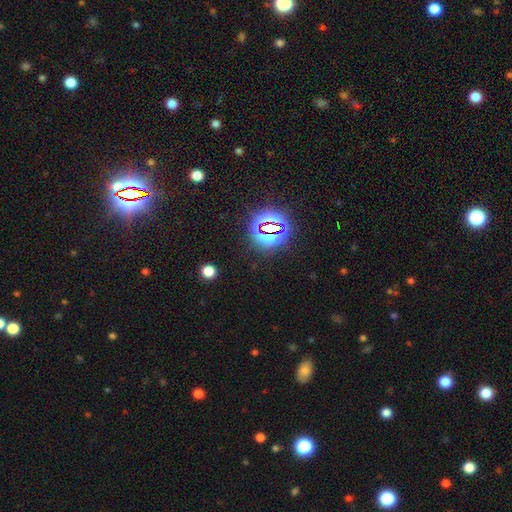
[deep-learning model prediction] This is clearly a star or artifact rather than a galaxy (81%).